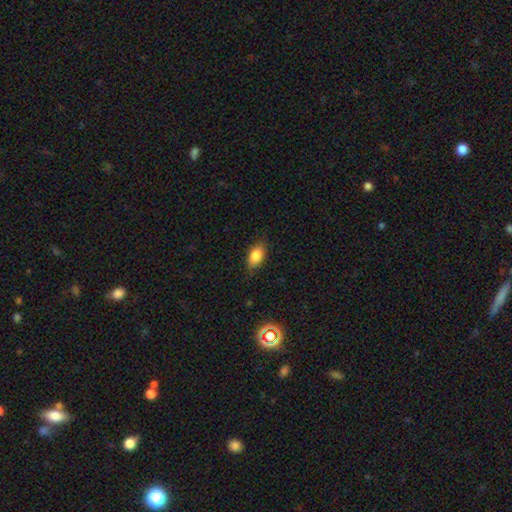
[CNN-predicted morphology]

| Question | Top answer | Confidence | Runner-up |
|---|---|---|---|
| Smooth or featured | smooth | 84% | star or artifact (8%) |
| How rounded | in between | 88% | round (7%) |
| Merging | none | 81% | minor disturbance (15%) |